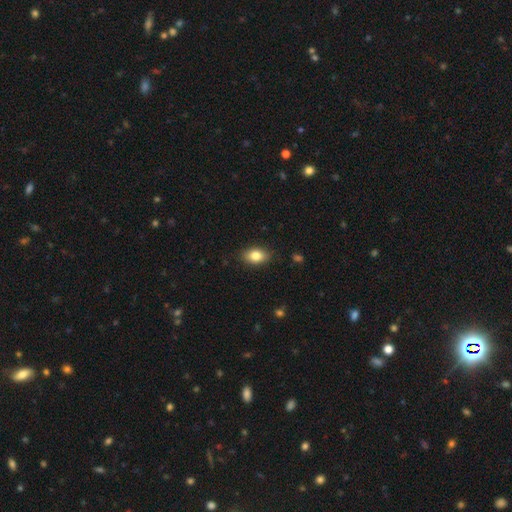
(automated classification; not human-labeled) A smooth galaxy with no disk features (83%) that is in between round and cigar-shaped (86%).

Vote fractions:
- Smooth or featured? smooth: 83% / featured or disk: 9% / star or artifact: 8%
- How rounded? in between: 86% / round: 13% / cigar-shaped: 2%
- Merging? none: 86% / minor disturbance: 10% / major disturbance: 2% / merger: 1%